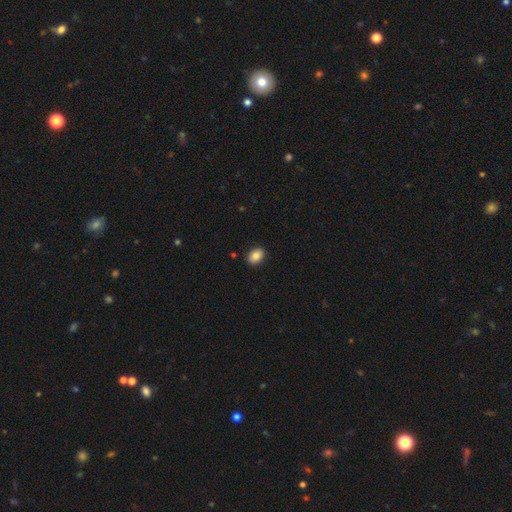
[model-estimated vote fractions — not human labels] A smooth galaxy with no disk features (86%) that is in between round and cigar-shaped (74%).

Vote fractions:
- Smooth or featured? smooth: 86% / star or artifact: 8% / featured or disk: 6%
- How rounded? in between: 74% / round: 25% / cigar-shaped: 1%
- Merging? none: 90% / minor disturbance: 7% / major disturbance: 2% / merger: 1%